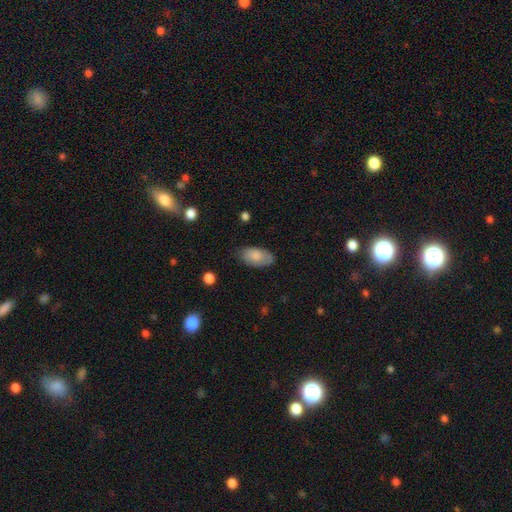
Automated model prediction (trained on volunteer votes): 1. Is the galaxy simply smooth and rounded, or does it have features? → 82% smooth, 12% featured or disk, 7% star or artifact.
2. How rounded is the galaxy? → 94% in between, 3% round, 3% cigar-shaped.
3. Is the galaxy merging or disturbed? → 73% none, 22% minor disturbance, 4% major disturbance, 1% merger.